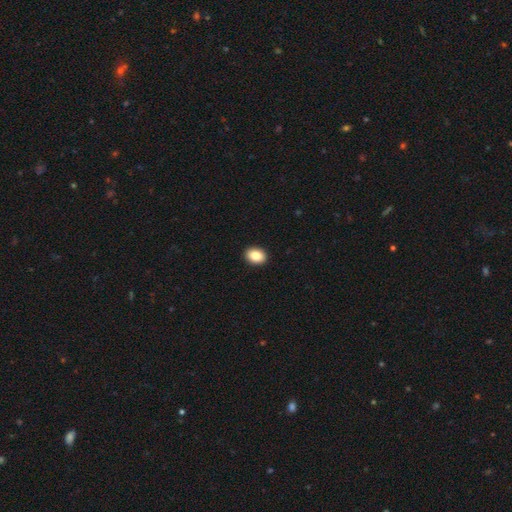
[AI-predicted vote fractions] Q: Smooth or featured?
A: smooth (85%); runner-up: star or artifact (8%)
Q: How rounded?
A: in between (71%); runner-up: round (28%)
Q: Merging?
A: none (92%); runner-up: minor disturbance (5%)